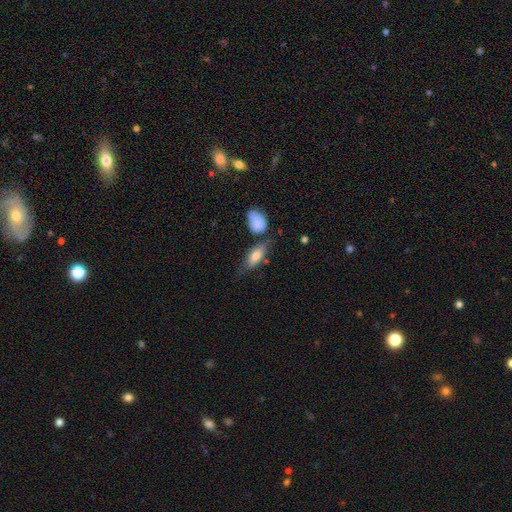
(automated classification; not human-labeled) The model was most divided on "merging": none: 54%, minor disturbance: 23%, merger: 14%, major disturbance: 9%. More confident: how rounded — in between (77%); smooth or featured — smooth (72%).